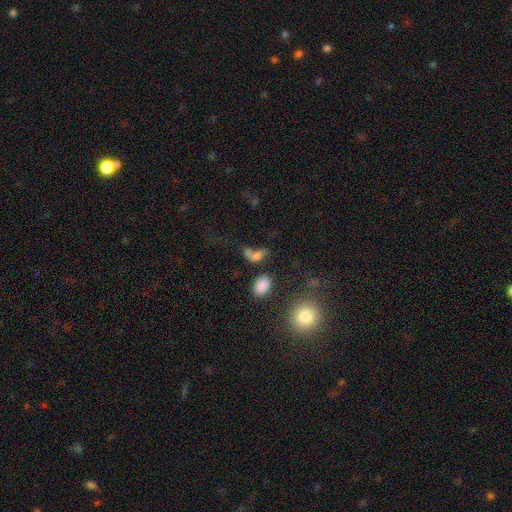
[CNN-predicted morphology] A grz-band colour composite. It shows a smooth galaxy with no disk features (69%) that is in between round and cigar-shaped (81%). Merging: merger (48%).